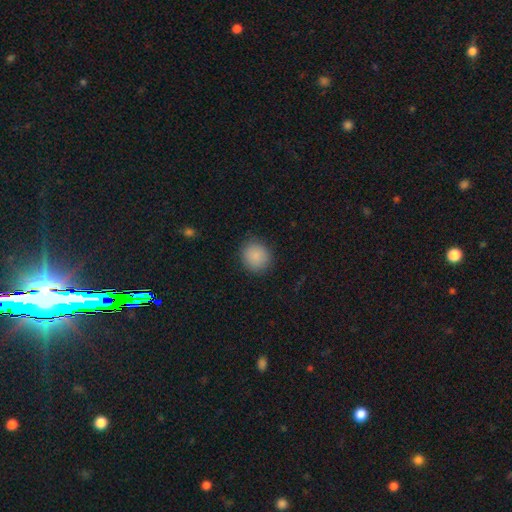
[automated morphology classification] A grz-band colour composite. It shows a smooth galaxy with no disk features (88%) that is round (87%). Merging: none (88%).